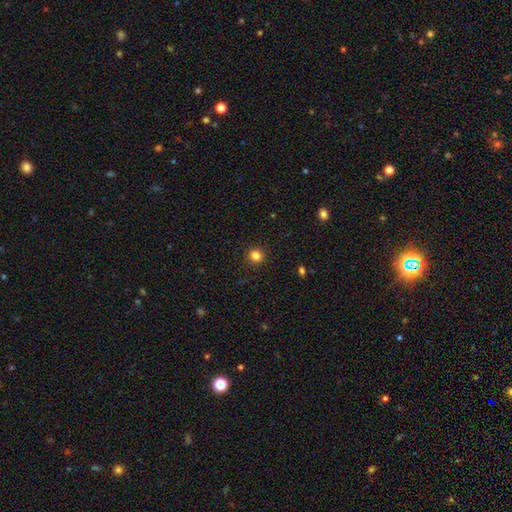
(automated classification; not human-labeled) Smooth or featured? Predicted: smooth (p=0.84). How rounded? Predicted: round (p=0.89). Merging? Predicted: none (p=0.91).